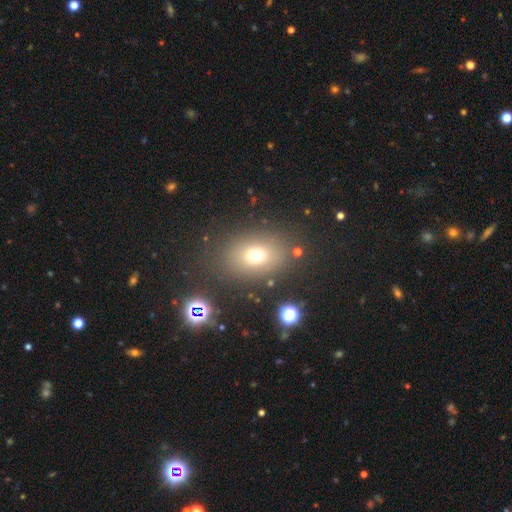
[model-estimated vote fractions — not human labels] Q: Smooth or featured?
A: smooth (69%); runner-up: star or artifact (18%)
Q: How rounded?
A: in between (60%); runner-up: round (39%)
Q: Merging?
A: none (79%); runner-up: minor disturbance (11%)